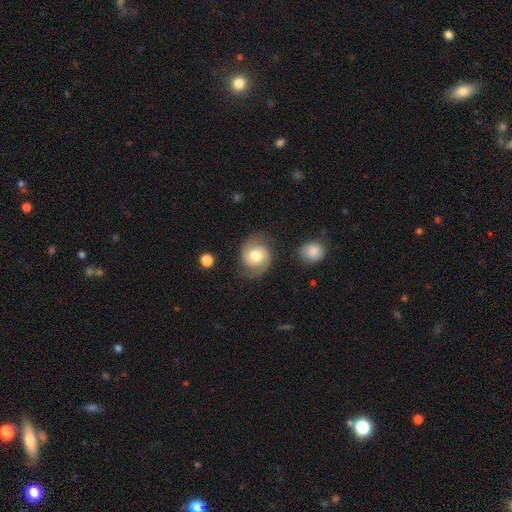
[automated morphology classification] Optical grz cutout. It shows a featured or disk galaxy (63%) with no bar (62%), 2 (91%) medium (50%) spiral arms (90%) and a moderate central bulge (66%). Merging: none (78%).